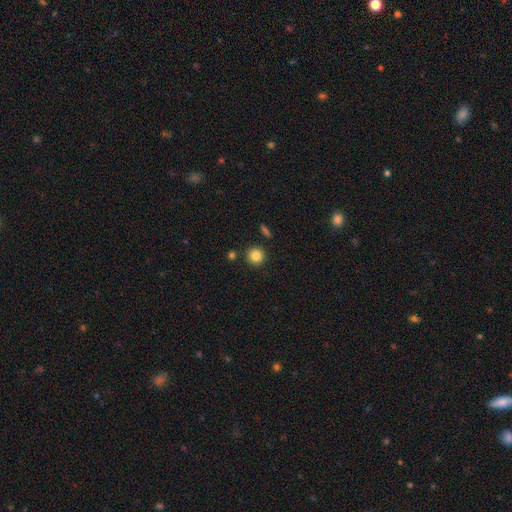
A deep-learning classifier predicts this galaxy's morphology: Smooth or featured? smooth (85%)
How rounded? round (93%)
Merging? none (88%)